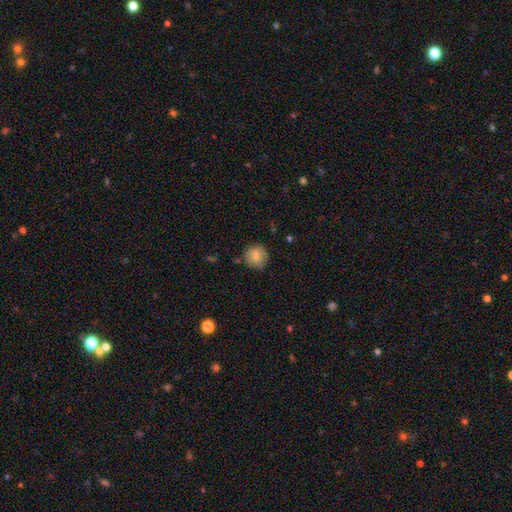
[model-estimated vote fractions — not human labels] This appears to be a smooth galaxy with no disk features (83%) that is round (90%). Merging: none (81%).